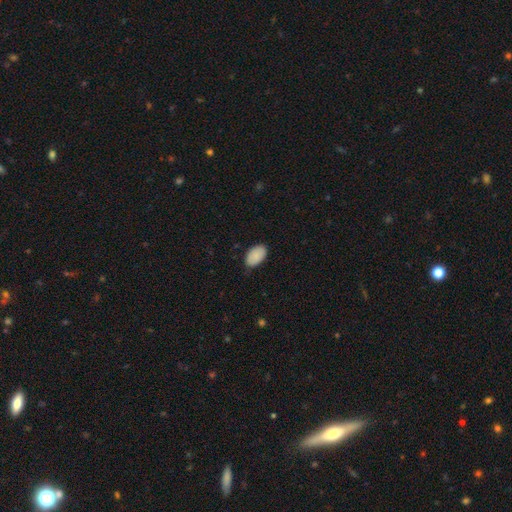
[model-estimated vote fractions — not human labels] Smooth or featured?
  - smooth: 89% *
  - star or artifact: 6%
  - featured or disk: 4%
How rounded?
  - in between: 94% *
  - round: 5%
  - cigar-shaped: 1%
Merging?
  - none: 79% *
  - minor disturbance: 17%
  - major disturbance: 3%
  - merger: 1%